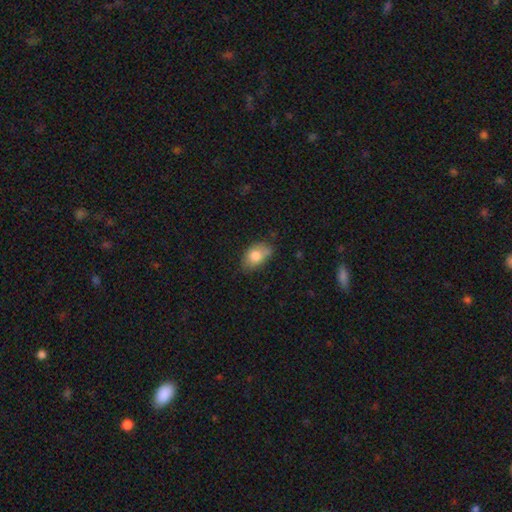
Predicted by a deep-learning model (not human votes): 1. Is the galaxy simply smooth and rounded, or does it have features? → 80% smooth, 12% featured or disk, 8% star or artifact.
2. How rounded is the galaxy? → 85% in between, 14% round, 1% cigar-shaped.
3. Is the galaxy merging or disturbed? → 60% none, 30% minor disturbance, 6% major disturbance, 4% merger.